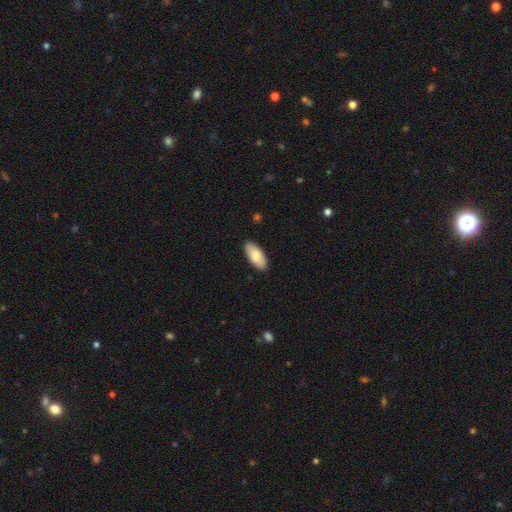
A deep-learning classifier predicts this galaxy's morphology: Overall: smooth (78%). How rounded: in between (88%). Merging: none (89%).